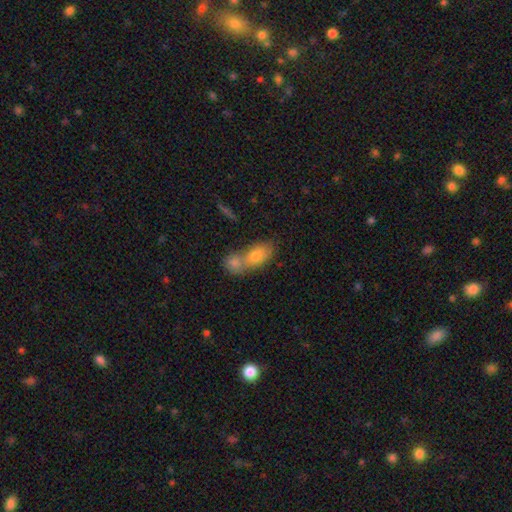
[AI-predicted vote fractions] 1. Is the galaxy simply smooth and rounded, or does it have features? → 73% smooth, 18% featured or disk, 9% star or artifact.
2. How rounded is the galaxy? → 78% in between, 16% round, 5% cigar-shaped.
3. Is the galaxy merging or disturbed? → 62% merger, 28% none, 7% minor disturbance, 3% major disturbance.